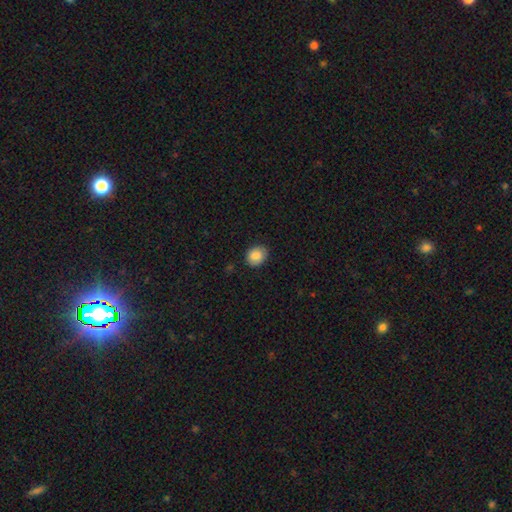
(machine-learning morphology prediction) smooth-or-featured: smooth: 85% | star or artifact: 8% | featured or disk: 7%
  how-rounded: round: 62% | in between: 37% | cigar-shaped: 1%
  merging: none: 86% | minor disturbance: 11% | major disturbance: 2% | merger: 1%